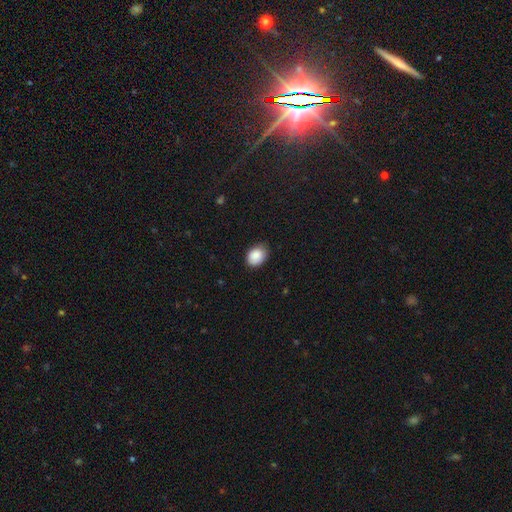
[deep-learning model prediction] This appears to be a smooth galaxy with no disk features (87%) that is in between round and cigar-shaped (68%). Merging: none (76%).